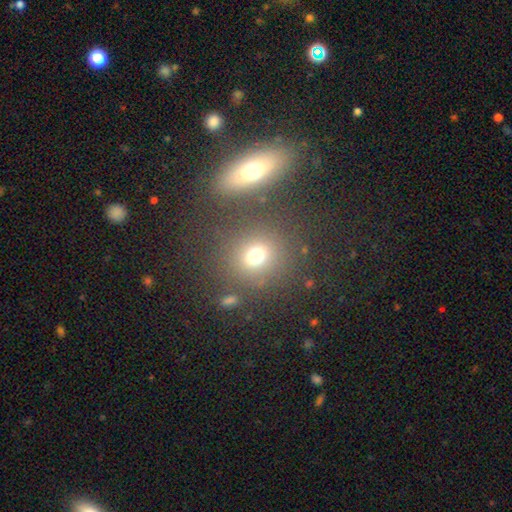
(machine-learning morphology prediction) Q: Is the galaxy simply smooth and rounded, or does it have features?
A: smooth — 71%.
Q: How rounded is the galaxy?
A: round — 79%.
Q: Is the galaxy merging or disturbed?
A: none — 75%.